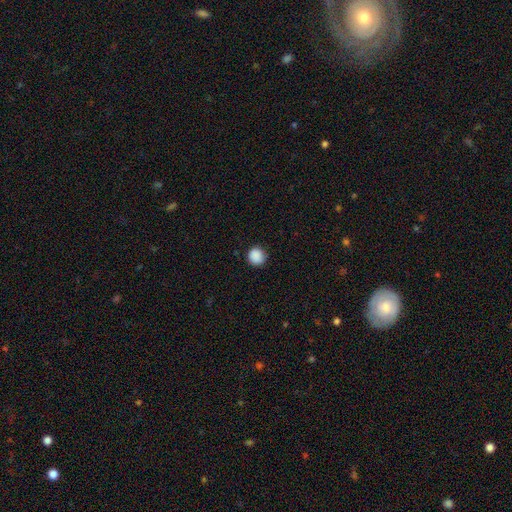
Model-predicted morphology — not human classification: Smooth or featured? smooth (89%)
How rounded? round (94%)
Merging? none (89%)